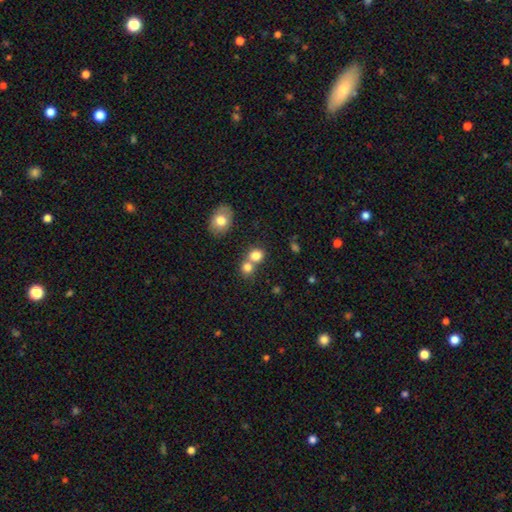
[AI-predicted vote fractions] Smooth or featured? smooth (80%)
How rounded? round (75%)
Merging? none (46%)